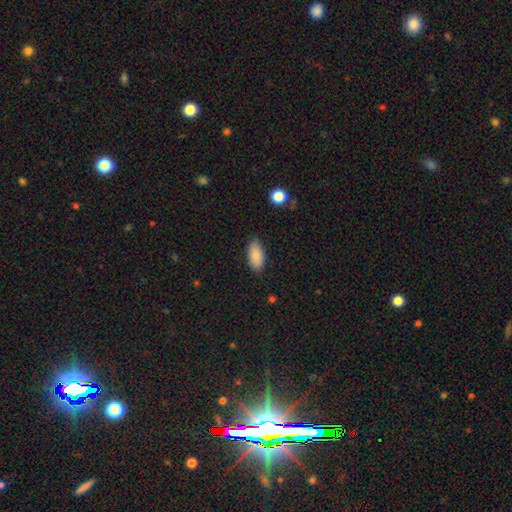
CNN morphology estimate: Q: Smooth or featured?
A: smooth (87%); runner-up: star or artifact (7%)
Q: How rounded?
A: in between (92%); runner-up: cigar-shaped (6%)
Q: Merging?
A: none (84%); runner-up: minor disturbance (12%)